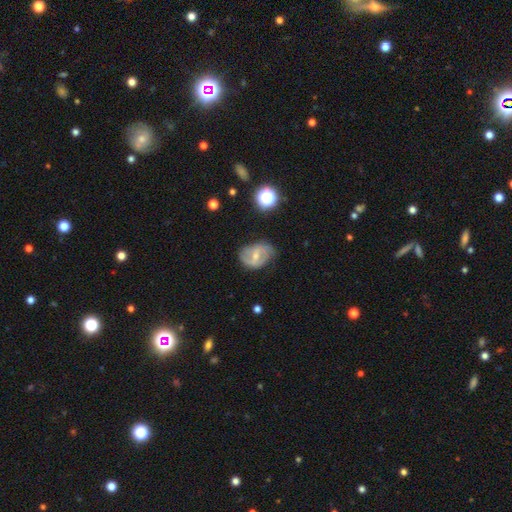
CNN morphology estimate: Smooth or featured? Predicted: featured or disk (p=0.67). Edge-on disk? Predicted: no (p=0.96). Bar? Predicted: weak (p=0.52). Spiral arms? Predicted: yes (p=0.79). Spiral winding? Predicted: medium (p=0.43). Spiral arm count? Predicted: 2 (p=0.75). Bulge size? Predicted: small (p=0.51). Merging? Predicted: none (p=0.64).